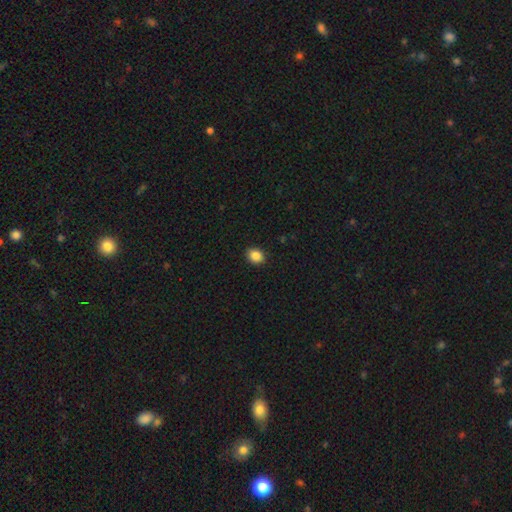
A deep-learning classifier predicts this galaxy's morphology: Overall: smooth (87%). How rounded: in between (50%; round 49%). Merging: none (91%).